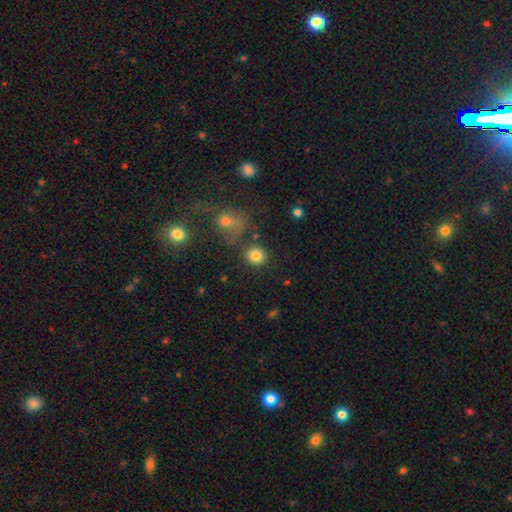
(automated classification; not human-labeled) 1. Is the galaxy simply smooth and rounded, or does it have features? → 82% smooth, 12% star or artifact, 6% featured or disk.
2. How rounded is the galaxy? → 87% round, 12% in between, 1% cigar-shaped.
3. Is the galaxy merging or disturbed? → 78% none, 9% minor disturbance, 9% merger, 4% major disturbance.